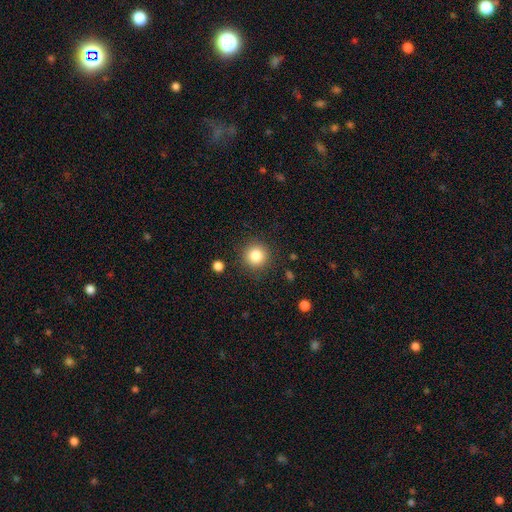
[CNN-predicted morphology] This appears to be a smooth galaxy with no disk features (84%) that is round (94%). Merging: none (88%).